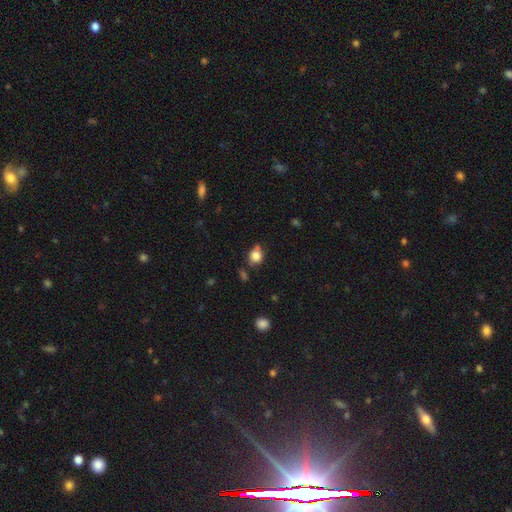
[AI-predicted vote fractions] A smooth galaxy with no disk features (80%) that is round (59%). Merging: none (62%).